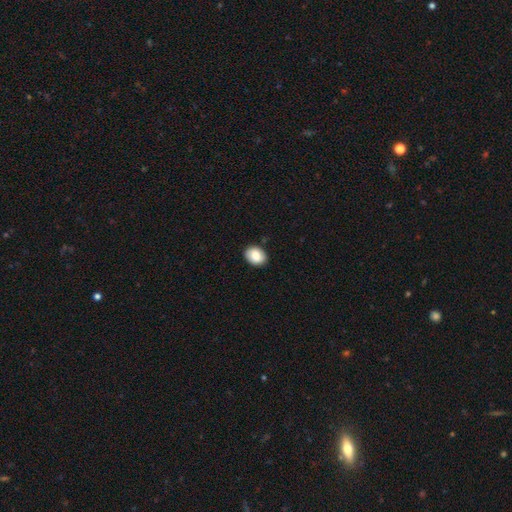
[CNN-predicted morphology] smooth 82%, featured or disk 10%, star or artifact 8%. Down the decision tree: how rounded — in between (67%); merging — none (88%).